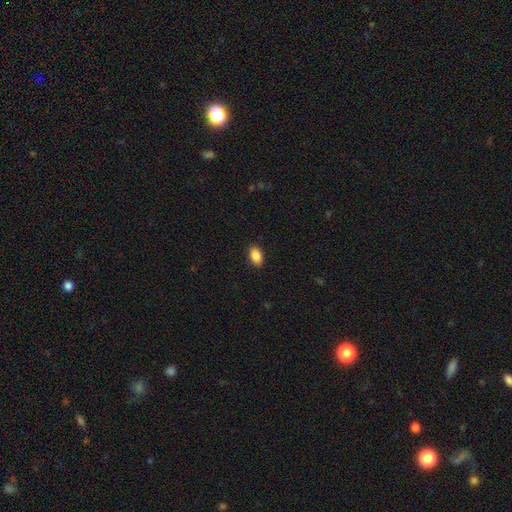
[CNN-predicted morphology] Overall: smooth (89%). How rounded: in between (92%). Merging: none (90%).